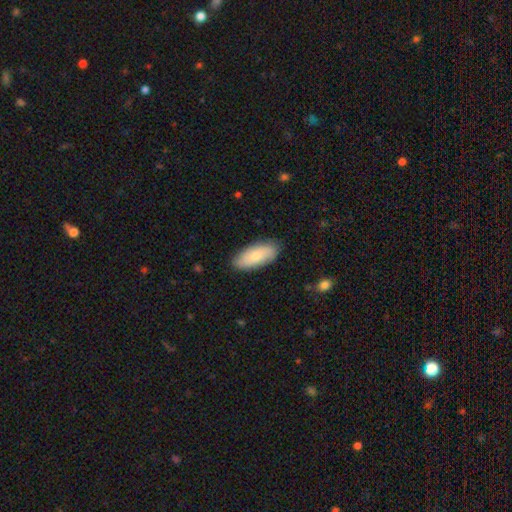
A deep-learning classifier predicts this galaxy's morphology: The model was most divided on "smooth or featured": smooth: 75%, featured or disk: 19%, star or artifact: 6%. More confident: how rounded — in between (85%); merging — none (84%).